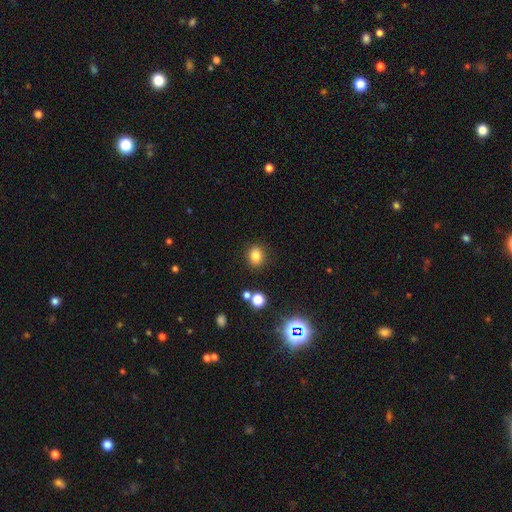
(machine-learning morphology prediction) The model was most divided on "how rounded": round: 65%, in between: 34%, cigar-shaped: 1%. More confident: merging — none (86%); smooth or featured — smooth (80%).